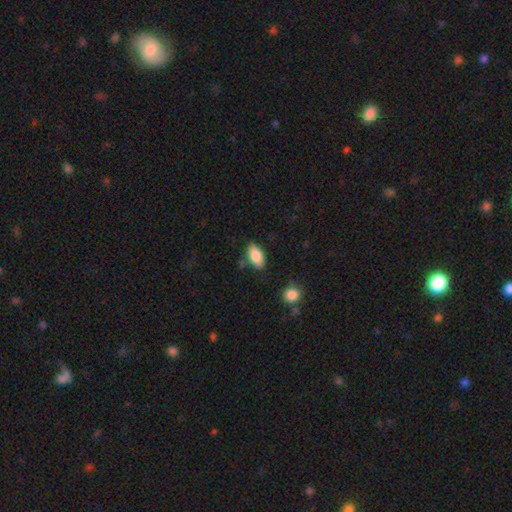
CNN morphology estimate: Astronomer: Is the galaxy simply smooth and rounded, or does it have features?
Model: smooth — 85%.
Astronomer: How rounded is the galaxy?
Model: in between — 91%.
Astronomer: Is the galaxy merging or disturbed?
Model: none — 79%.